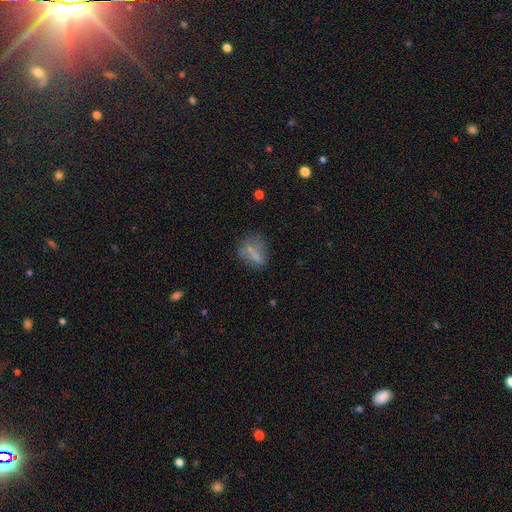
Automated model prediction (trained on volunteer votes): Smooth or featured? Predicted: smooth (p=0.53). How rounded? Predicted: in between (p=0.47). Merging? Predicted: none (p=0.59).